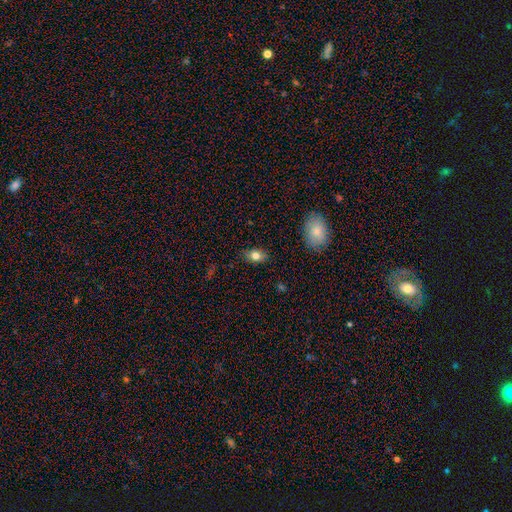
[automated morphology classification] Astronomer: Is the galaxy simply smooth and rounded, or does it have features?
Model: smooth — 77%.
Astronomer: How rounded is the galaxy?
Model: in between — 80%.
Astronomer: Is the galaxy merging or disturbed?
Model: none — 84%.